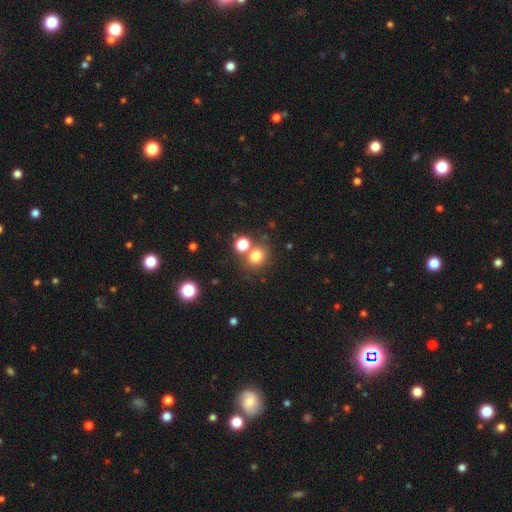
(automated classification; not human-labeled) Morphology: type=smooth (77%); roundness=round (73%); merging=none (63%).